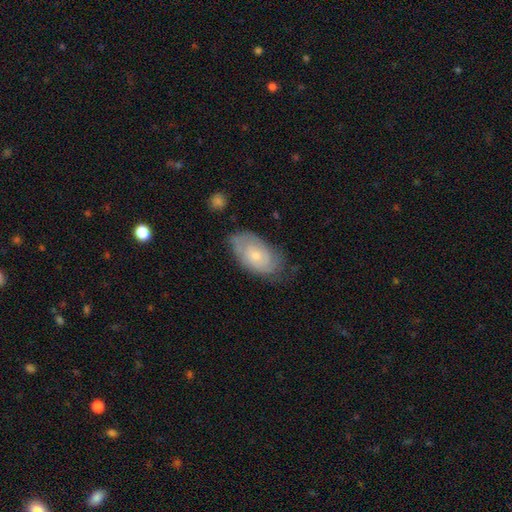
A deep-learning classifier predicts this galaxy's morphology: This appears to be a featured or disk galaxy (51%). Merging: none (63%).